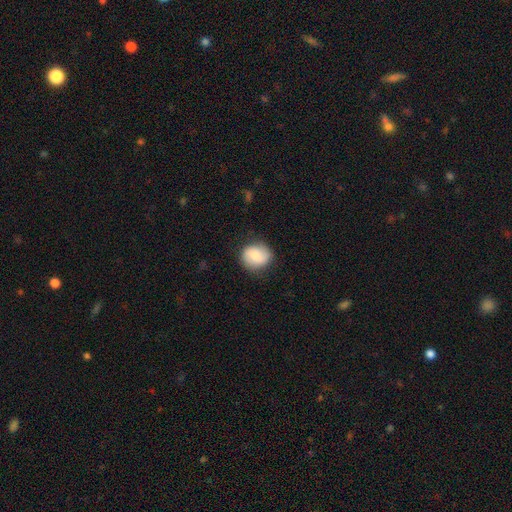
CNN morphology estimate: This appears to be a smooth galaxy with no disk features (69%) that is round (78%). Merging: none (82%).